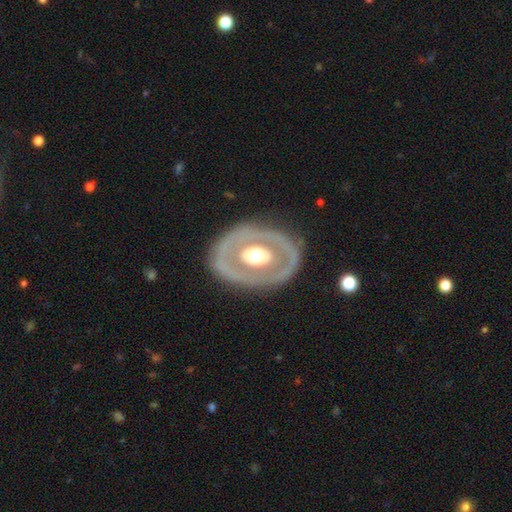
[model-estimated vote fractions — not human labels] Q: Smooth or featured?
A: featured or disk (67%); runner-up: smooth (28%)
Q: Edge-on disk?
A: no (93%); runner-up: yes (7%)
Q: Bar?
A: no (81%); runner-up: weak (12%)
Q: Spiral arms?
A: no (85%); runner-up: yes (15%)
Q: Bulge size?
A: moderate (66%); runner-up: large (26%)
Q: Merging?
A: none (80%); runner-up: minor disturbance (12%)